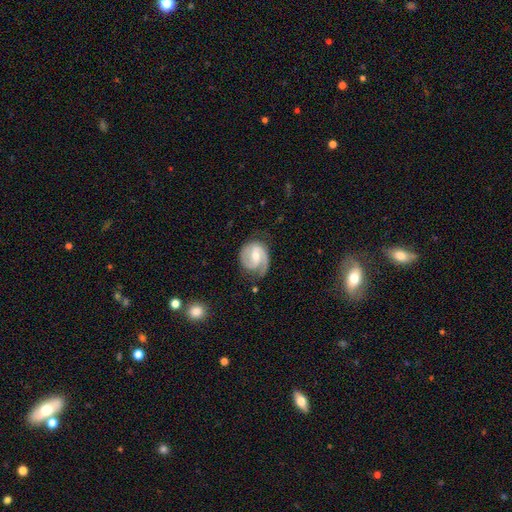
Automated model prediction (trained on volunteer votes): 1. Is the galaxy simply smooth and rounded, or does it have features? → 86% featured or disk, 10% smooth, 5% star or artifact.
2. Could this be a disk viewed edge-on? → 98% no, 2% yes.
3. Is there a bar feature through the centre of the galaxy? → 52% weak, 26% no, 22% strong.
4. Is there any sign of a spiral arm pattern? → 97% yes, 3% no.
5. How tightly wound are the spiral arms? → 45% medium, 42% tight, 13% loose.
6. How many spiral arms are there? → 70% 2, 22% 1, 4% can't tell, 2% 3, 1% 4, 1% more than 4.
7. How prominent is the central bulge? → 58% moderate, 37% small, 3% large, 2% none, 1% dominant.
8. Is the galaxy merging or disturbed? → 69% none, 20% minor disturbance, 9% major disturbance, 2% merger.